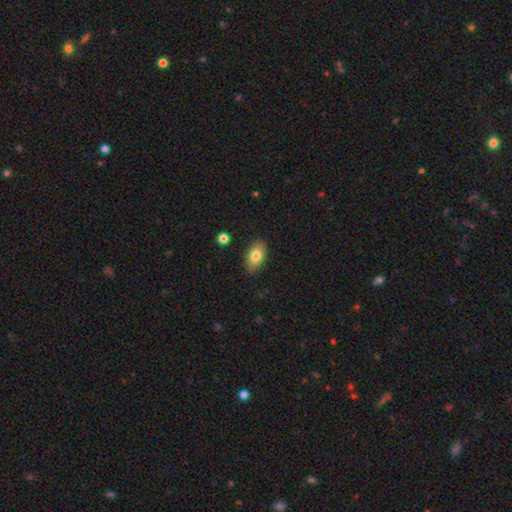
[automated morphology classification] A smooth galaxy with no disk features (80%) that is in between round and cigar-shaped (91%).

Vote fractions:
- Smooth or featured? smooth: 80% / featured or disk: 12% / star or artifact: 7%
- How rounded? in between: 91% / round: 7% / cigar-shaped: 2%
- Merging? none: 86% / minor disturbance: 10% / major disturbance: 2% / merger: 1%